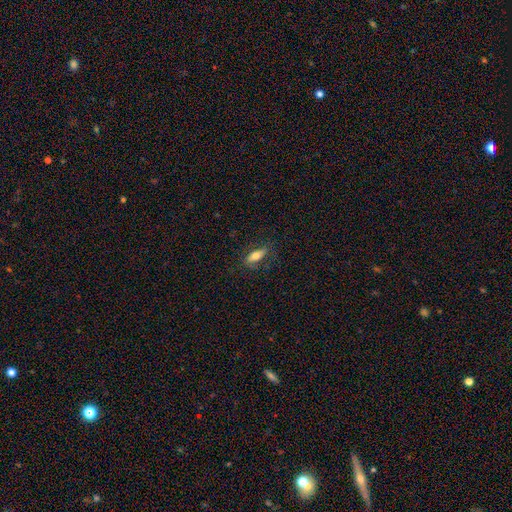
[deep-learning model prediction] Smooth or featured?
  - smooth: 67% *
  - featured or disk: 26%
  - star or artifact: 7%
How rounded?
  - in between: 66% *
  - cigar-shaped: 31%
  - round: 3%
Merging?
  - none: 78% *
  - minor disturbance: 15%
  - major disturbance: 5%
  - merger: 1%